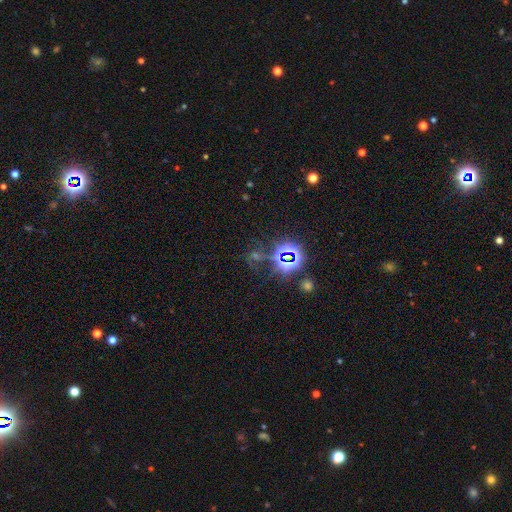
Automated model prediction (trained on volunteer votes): Smooth or featured? star or artifact (72%)